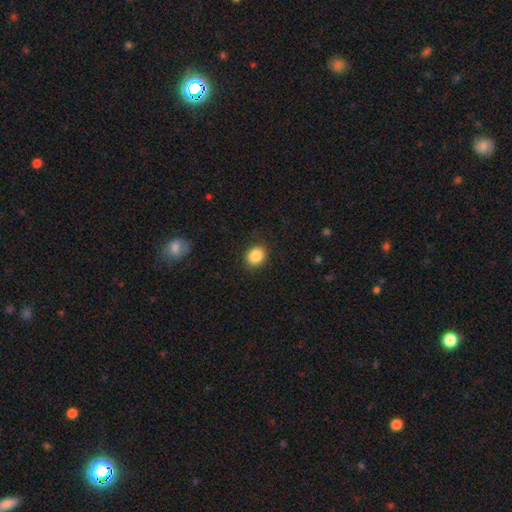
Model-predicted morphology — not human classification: A smooth galaxy with no disk features (87%) that is round (63%).

Vote fractions:
- Smooth or featured? smooth: 87% / star or artifact: 9% / featured or disk: 4%
- How rounded? round: 63% / in between: 36% / cigar-shaped: 1%
- Merging? none: 87% / minor disturbance: 9% / major disturbance: 3% / merger: 1%